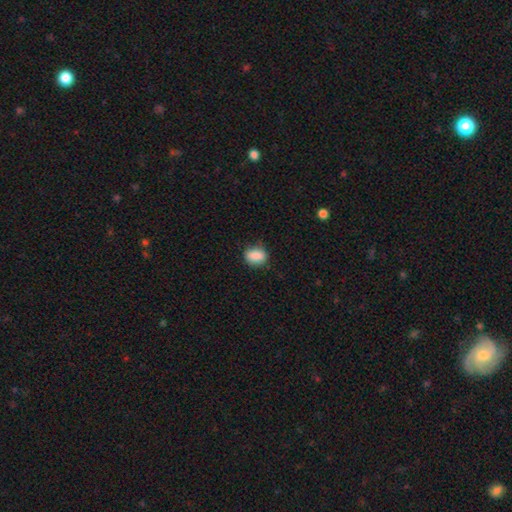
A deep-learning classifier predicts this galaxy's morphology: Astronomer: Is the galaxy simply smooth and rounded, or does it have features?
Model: smooth — 86%.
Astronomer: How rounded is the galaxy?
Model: in between — 64%.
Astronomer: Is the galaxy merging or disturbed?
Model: none — 78%.